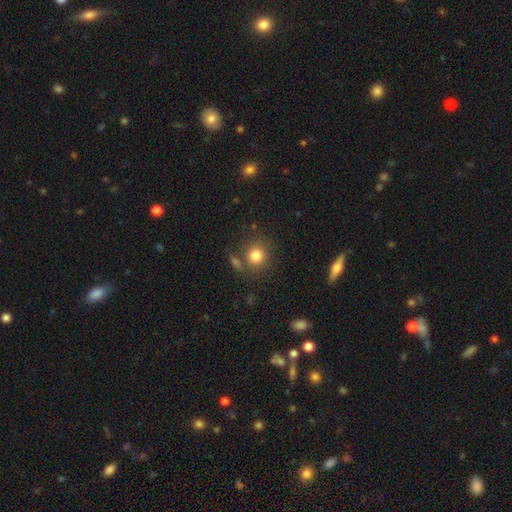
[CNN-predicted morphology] Smooth or featured? smooth (81%)
How rounded? round (86%)
Merging? none (74%)